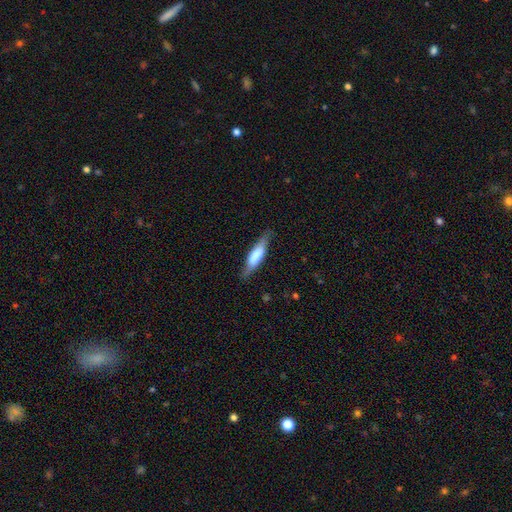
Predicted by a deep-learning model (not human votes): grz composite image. It shows a smooth galaxy with no disk features (62%) that is cigar-shaped (71%). Merging: none (79%).